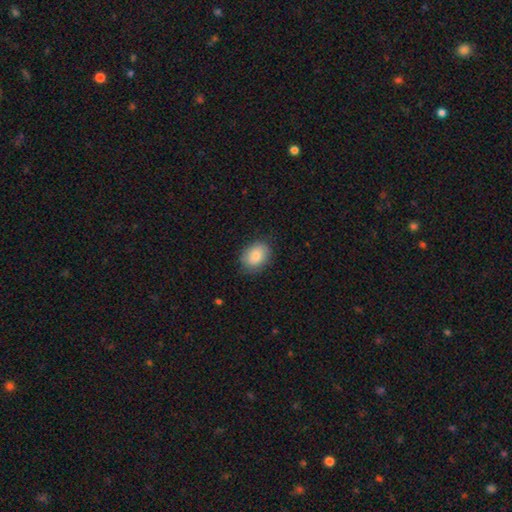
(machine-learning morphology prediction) The model was most divided on "how rounded": in between: 69%, round: 30%, cigar-shaped: 1%. More confident: smooth or featured — smooth (84%); merging — none (81%).